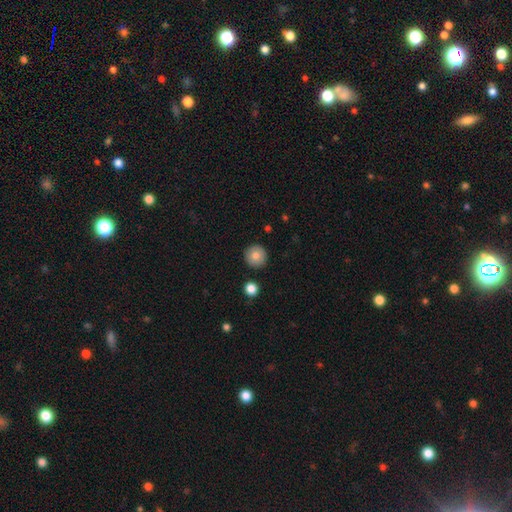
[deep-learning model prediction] Morphology: type=smooth (81%); roundness=round (95%); merging=none (92%).